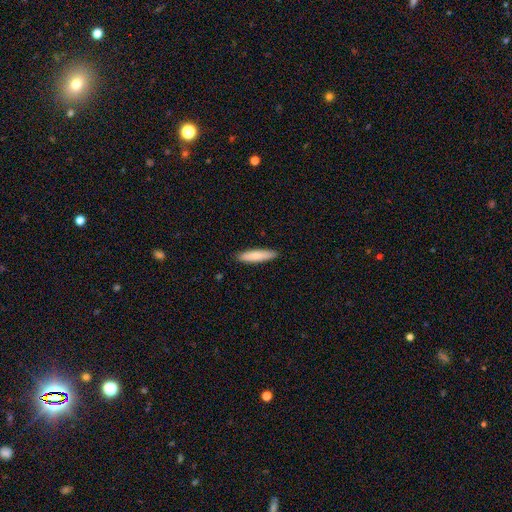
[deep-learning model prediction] Smooth or featured? Predicted: smooth (p=0.83). How rounded? Predicted: cigar-shaped (p=0.79). Merging? Predicted: none (p=0.90).